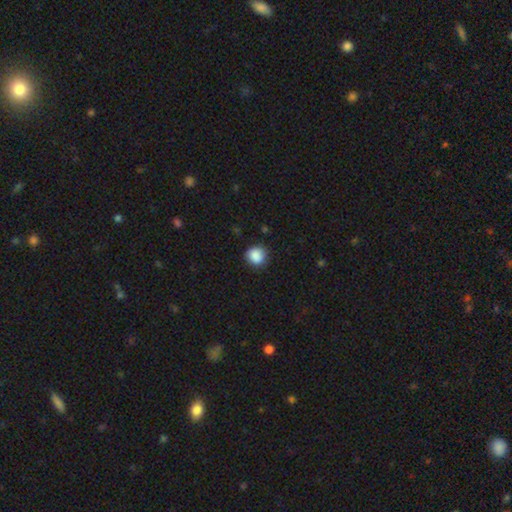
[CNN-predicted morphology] A smooth galaxy with no disk features (87%) that is round (86%). Merging: none (80%).